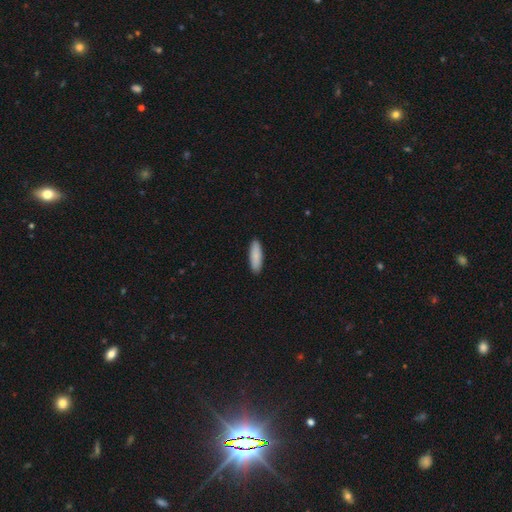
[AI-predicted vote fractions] The model was most divided on "how rounded": cigar-shaped: 53%, in between: 46%, round: 2%. More confident: merging — none (91%); smooth or featured — smooth (89%).